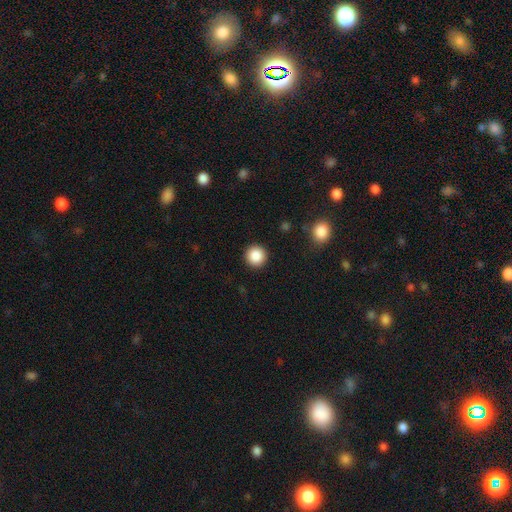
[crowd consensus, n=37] Overall: smooth (89%). How rounded: round (100%). Merging: none (89%).